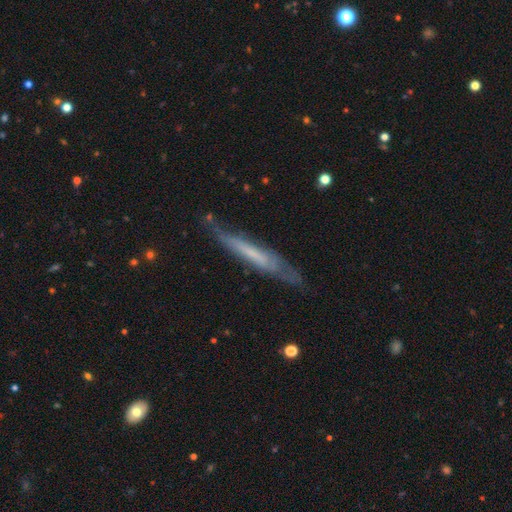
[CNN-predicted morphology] A featured or disk galaxy (59%) viewed edge-on (77%). Merging: none (70%).